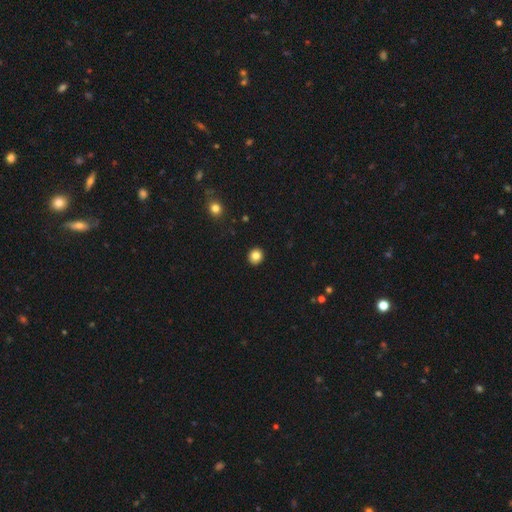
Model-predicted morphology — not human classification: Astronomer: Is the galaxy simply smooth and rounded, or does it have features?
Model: smooth — 84%.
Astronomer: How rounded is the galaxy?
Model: round — 85%.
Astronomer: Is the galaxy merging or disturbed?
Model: none — 92%.